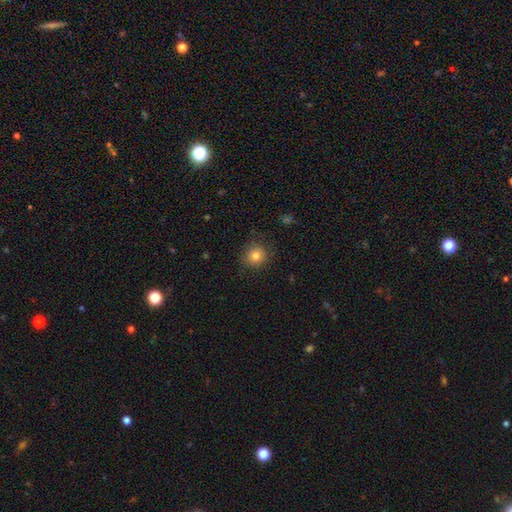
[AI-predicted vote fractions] Smooth or featured: smooth — 81% (star or artifact — 12%)
How rounded: round — 89% (in between — 10%)
Merging: none — 84% (minor disturbance — 12%)